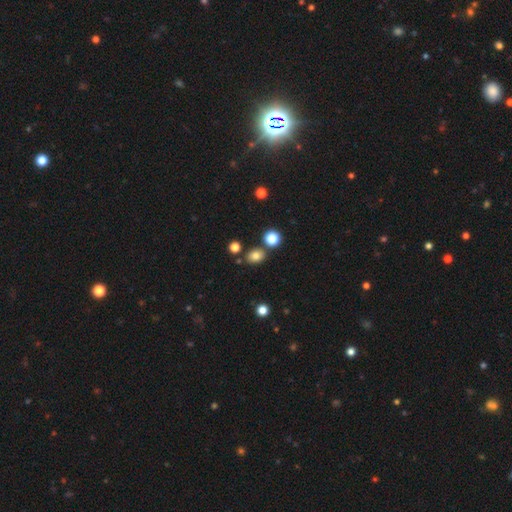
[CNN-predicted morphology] smooth-or-featured: smooth: 78% | star or artifact: 14% | featured or disk: 8%
  how-rounded: in between: 57% | round: 42% | cigar-shaped: 1%
  merging: none: 77% | minor disturbance: 10% | merger: 10% | major disturbance: 3%